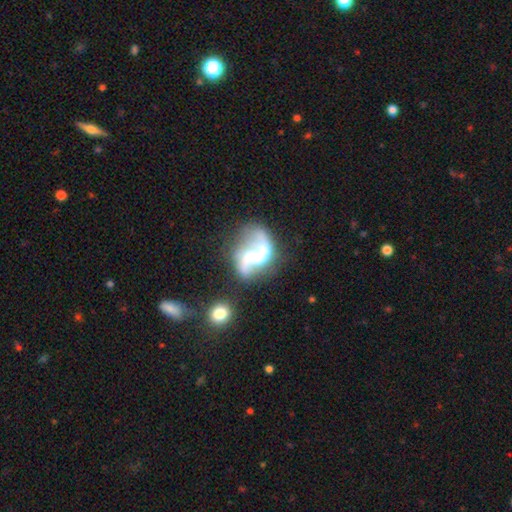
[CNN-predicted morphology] Smooth or featured?
  - featured or disk: 85% *
  - smooth: 9%
  - star or artifact: 7%
Edge-on disk?
  - no: 98% *
  - yes: 2%
Bar?
  - weak: 43% *
  - no: 30%
  - strong: 27%
Spiral arms?
  - yes: 92% *
  - no: 8%
Spiral winding?
  - loose: 73% *
  - medium: 23%
  - tight: 4%
Spiral arm count?
  - 2: 88% *
  - 1: 5%
  - can't tell: 3%
  - 3: 1%
  - 4: 1%
  - more than 4: 1%
Bulge size?
  - moderate: 34% *
  - small: 26%
  - none: 23%
  - large: 14%
  - dominant: 3%
Merging?
  - none: 44% *
  - major disturbance: 23%
  - merger: 17%
  - minor disturbance: 17%